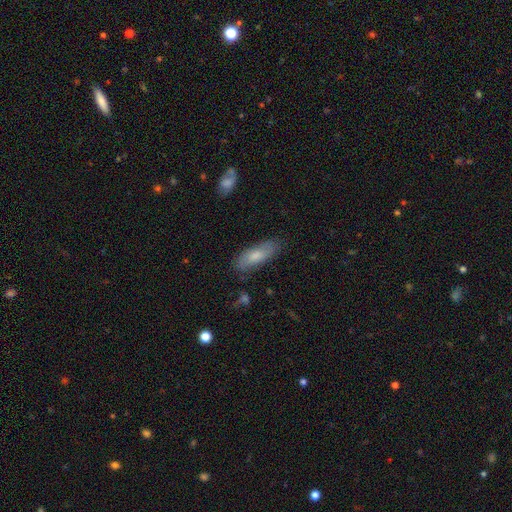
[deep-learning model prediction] Smooth or featured? Predicted: smooth (p=0.68). How rounded? Predicted: in between (p=0.64). Merging? Predicted: none (p=0.79).